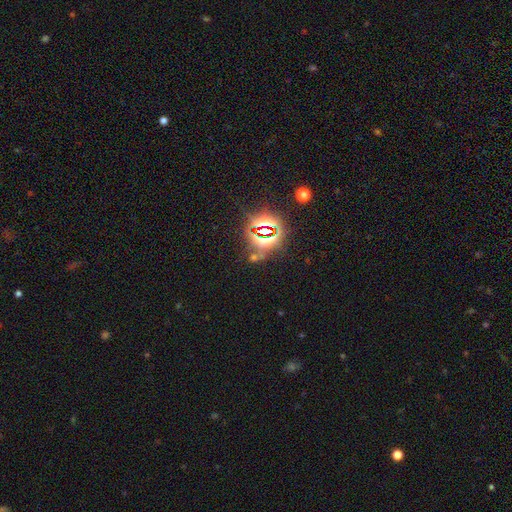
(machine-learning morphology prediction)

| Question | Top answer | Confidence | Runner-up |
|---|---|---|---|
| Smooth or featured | star or artifact | 82% | smooth (11%) |